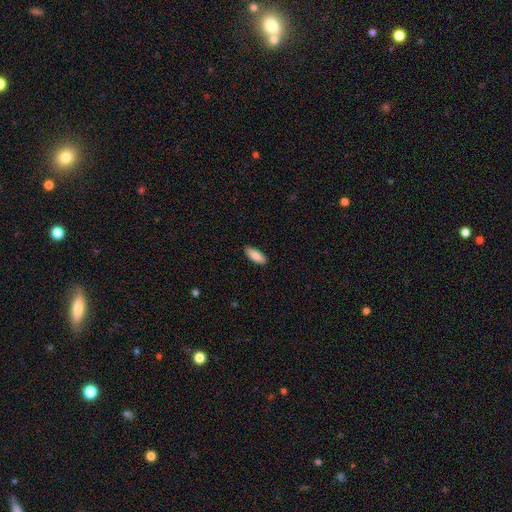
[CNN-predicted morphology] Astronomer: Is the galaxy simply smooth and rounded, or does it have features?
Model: smooth — 87%.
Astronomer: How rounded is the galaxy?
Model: in between — 80%.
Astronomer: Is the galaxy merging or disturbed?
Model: none — 88%.